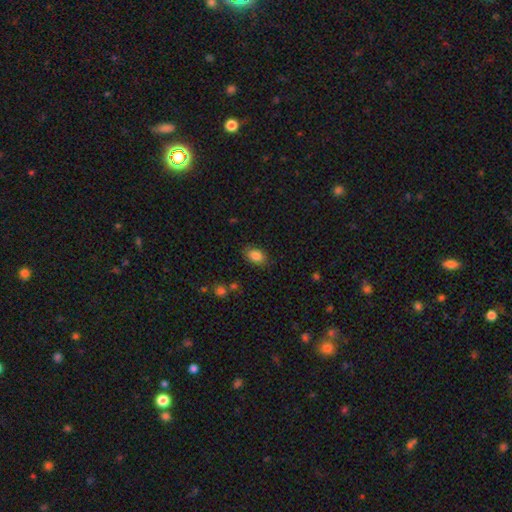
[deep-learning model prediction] smooth 86%, star or artifact 8%, featured or disk 6%. Down the decision tree: how rounded — in between (86%); merging — none (82%).